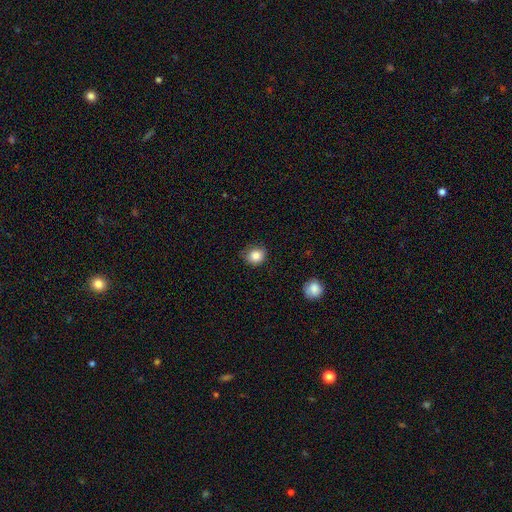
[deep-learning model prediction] A smooth galaxy with no disk features (84%) that is round (74%). Merging: none (75%).